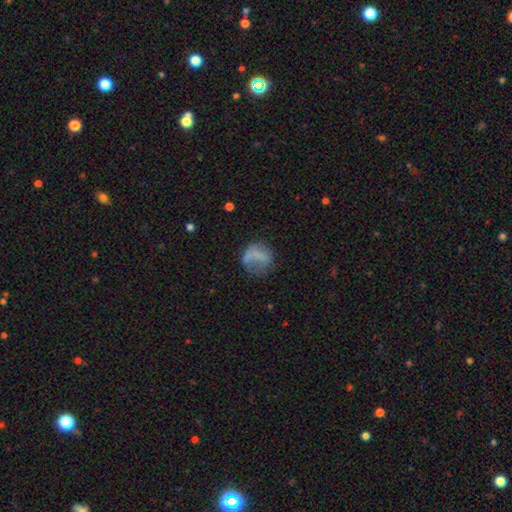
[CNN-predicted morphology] A smooth galaxy with no disk features (65%) that is round (72%). Merging: none (45%).